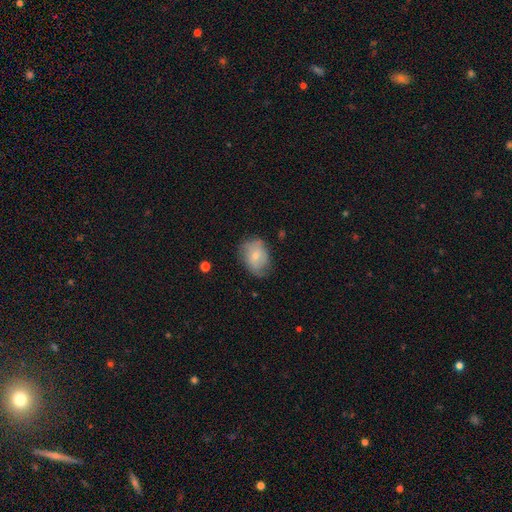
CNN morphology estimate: Overall: smooth (65%; featured or disk 28%). How rounded: in between (66%; round 33%). Merging: none (59%; minor disturbance 30%).